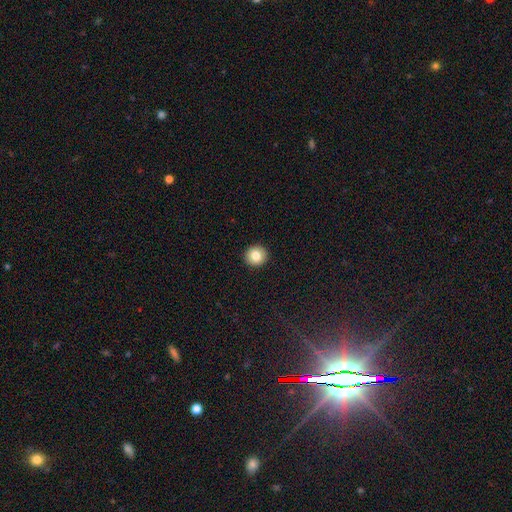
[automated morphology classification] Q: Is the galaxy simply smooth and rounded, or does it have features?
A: smooth — 83%.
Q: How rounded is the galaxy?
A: round — 93%.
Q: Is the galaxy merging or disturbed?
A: none — 93%.